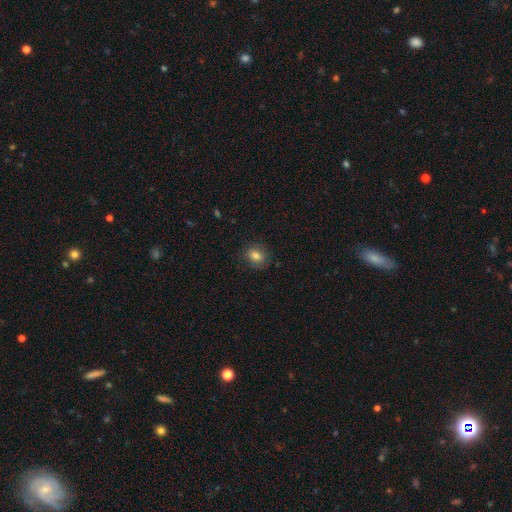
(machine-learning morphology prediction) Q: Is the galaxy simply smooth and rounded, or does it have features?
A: smooth — 77%.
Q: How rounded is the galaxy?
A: round — 55%.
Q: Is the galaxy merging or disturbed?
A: none — 80%.